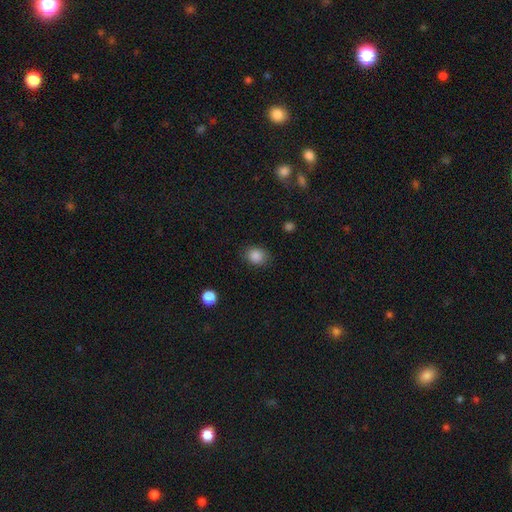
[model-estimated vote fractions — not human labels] Smooth or featured: smooth — 87% (star or artifact — 10%)
How rounded: round — 55% (in between — 44%)
Merging: none — 82% (minor disturbance — 13%)